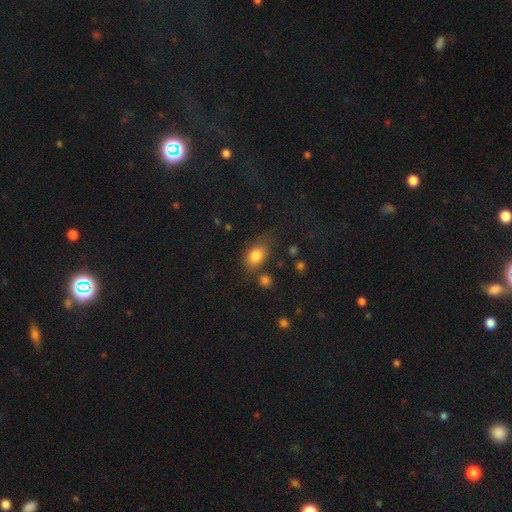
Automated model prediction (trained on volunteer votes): Smooth or featured? smooth (82%)
How rounded? in between (73%)
Merging? none (63%)